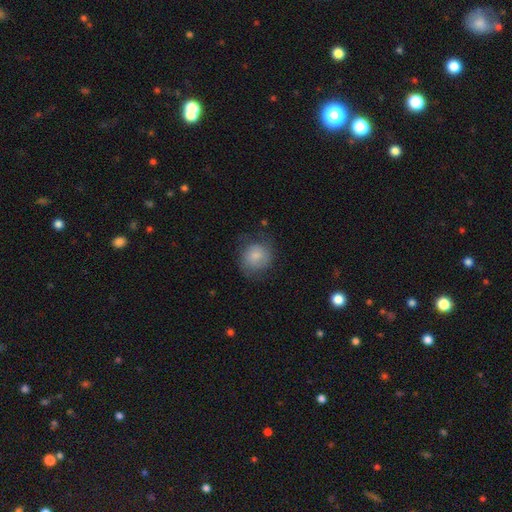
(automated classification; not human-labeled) Overall: smooth (76%). How rounded: round (83%). Merging: none (64%).